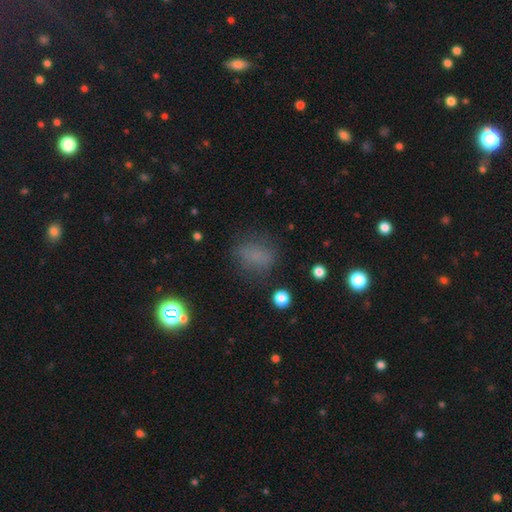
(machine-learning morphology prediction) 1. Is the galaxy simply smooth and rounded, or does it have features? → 68% smooth, 21% star or artifact, 11% featured or disk.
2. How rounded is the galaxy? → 55% in between, 43% round, 3% cigar-shaped.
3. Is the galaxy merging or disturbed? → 70% none, 18% minor disturbance, 10% major disturbance, 2% merger.